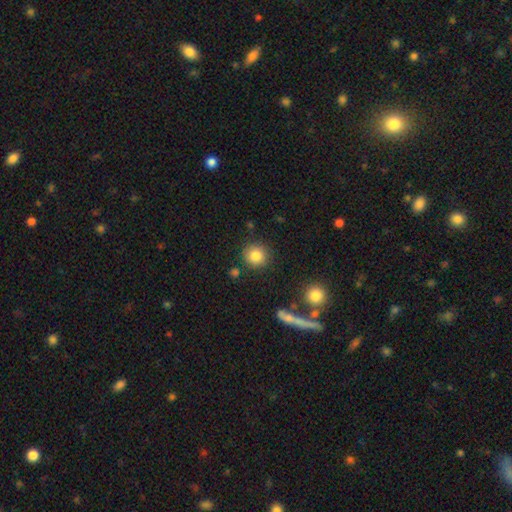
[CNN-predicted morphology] This appears to be a smooth galaxy with no disk features (84%) that is round (91%). Merging: none (86%).